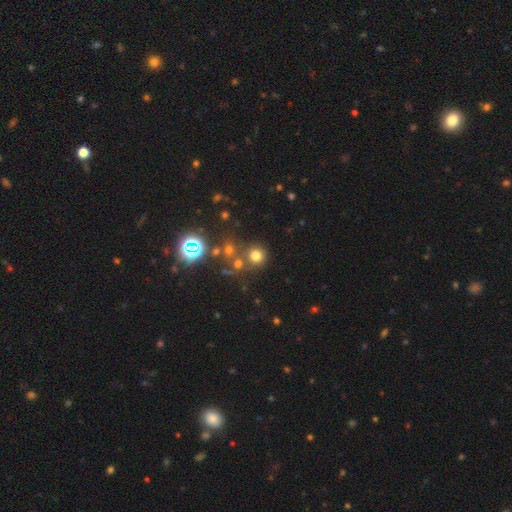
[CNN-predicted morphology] Overall: smooth (70%). How rounded: round (91%). Merging: none (72%).